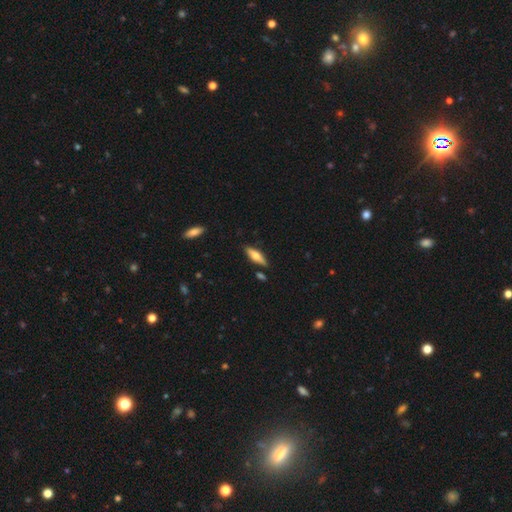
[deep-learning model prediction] smooth-or-featured: smooth: 56% | featured or disk: 38% | star or artifact: 6%
  how-rounded: cigar-shaped: 53% | in between: 45% | round: 2%
  merging: none: 83% | minor disturbance: 12% | merger: 4% | major disturbance: 2%